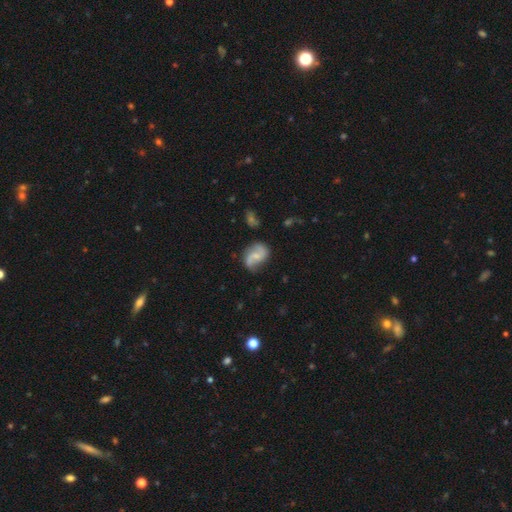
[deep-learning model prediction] smooth_or_featured: featured or disk (p=0.74) [alt: smooth p=0.20]
disk_edge_on: no (p=0.98) [alt: yes p=0.02]
bar: no (p=0.51) [alt: weak p=0.40]
has_spiral_arms: yes (p=0.94) [alt: no p=0.06]
spiral_winding: loose (p=0.53) [alt: medium p=0.36]
spiral_arm_count: 2 (p=0.90) [alt: can't tell p=0.04]
bulge_size: small (p=0.51) [alt: moderate p=0.30]
merging: none (p=0.70) [alt: minor disturbance p=0.20]